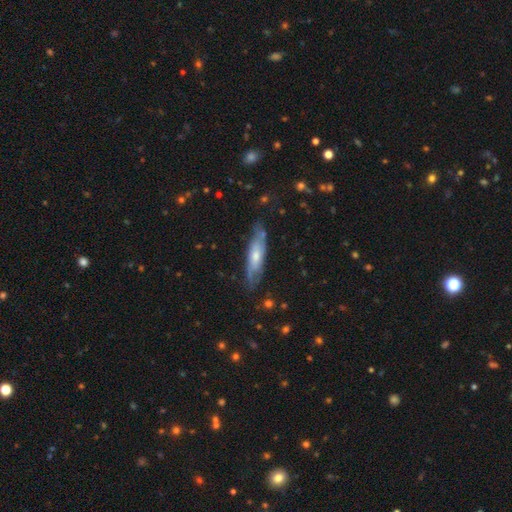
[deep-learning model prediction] Smooth or featured?
  - featured or disk: 57% *
  - smooth: 37%
  - star or artifact: 7%
Edge-on disk?
  - no: 54% *
  - yes: 46%
Merging?
  - none: 71% *
  - minor disturbance: 21%
  - major disturbance: 6%
  - merger: 2%